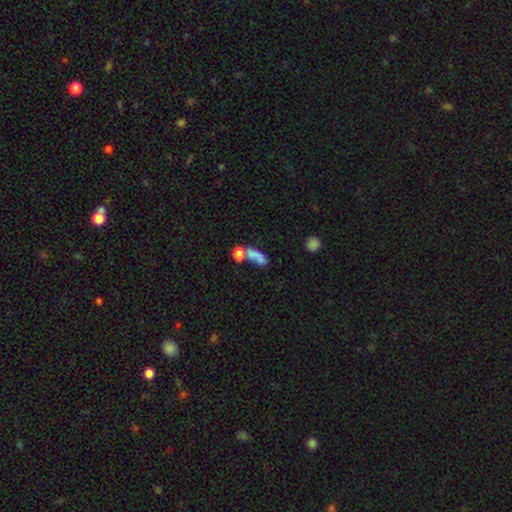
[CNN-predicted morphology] This is likely a smooth galaxy (68%). How rounded: possibly in between (57%). Merging: possibly merger (50%).